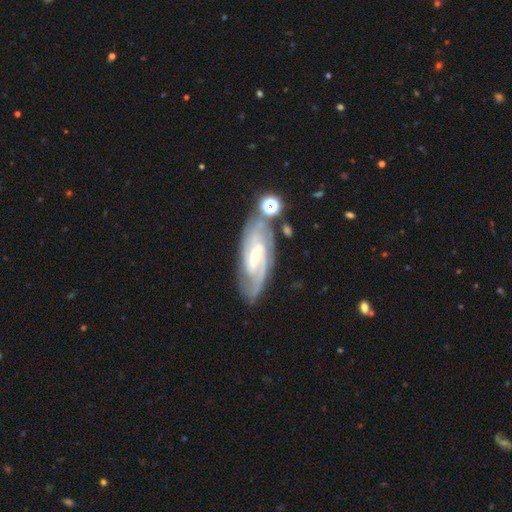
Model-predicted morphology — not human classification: smooth-or-featured: featured or disk: 86% | smooth: 8% | star or artifact: 6%
  disk-edge-on: no: 92% | yes: 8%
    bar: weak: 45% | strong: 29% | no: 26%
    has-spiral-arms: yes: 96% | no: 4%
      spiral-winding: tight: 55% | medium: 37% | loose: 8%
      spiral-arm-count: 2: 54% | can't tell: 19% | 3: 17% | 4: 5% | 1: 3% | more than 4: 3%
    bulge-size: small: 51% | moderate: 45% | large: 2% | none: 1% | dominant: 1%
  merging: none: 72% | minor disturbance: 16% | merger: 7% | major disturbance: 5%